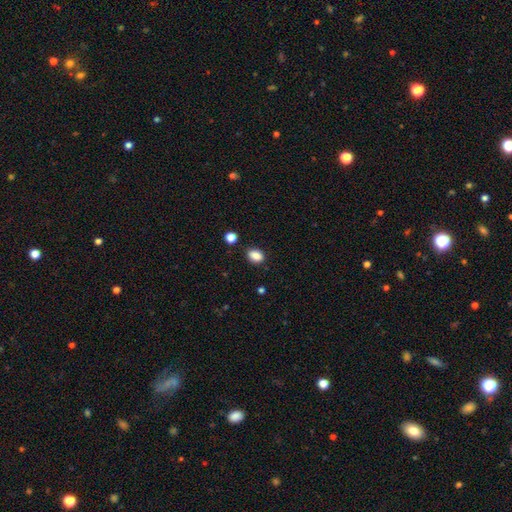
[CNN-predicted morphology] A smooth galaxy with no disk features (86%) that is in between round and cigar-shaped (75%).

Vote fractions:
- Smooth or featured? smooth: 86% / star or artifact: 9% / featured or disk: 4%
- How rounded? in between: 75% / round: 24% / cigar-shaped: 2%
- Merging? none: 81% / minor disturbance: 13% / merger: 3% / major disturbance: 3%